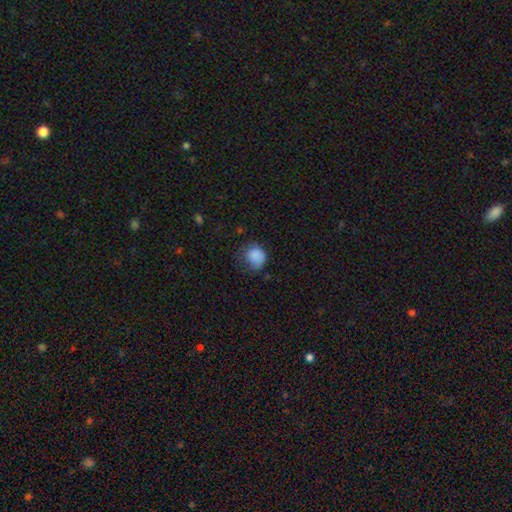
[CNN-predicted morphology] This appears to be a smooth galaxy with no disk features (84%) that is round (71%). Merging: none (45%).